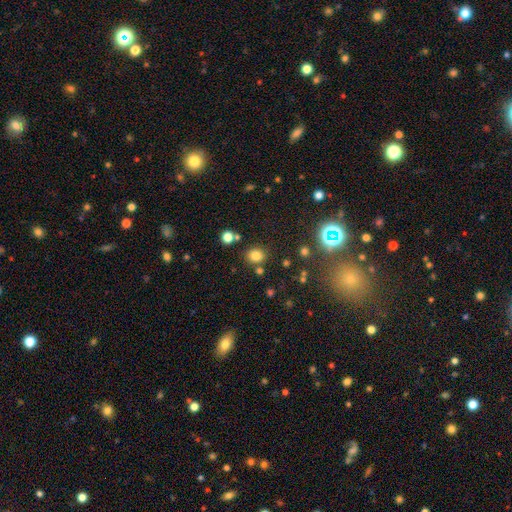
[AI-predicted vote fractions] A smooth galaxy with no disk features (79%) that is round (69%). Merging: none (79%).